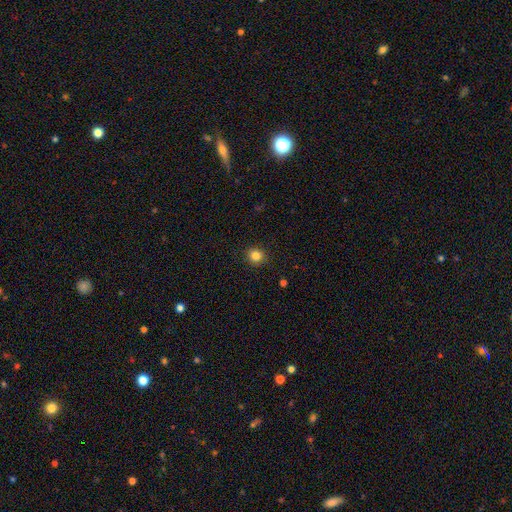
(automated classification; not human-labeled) This is clearly a smooth galaxy (84%). How rounded: clearly round (90%). Merging: clearly none (91%).